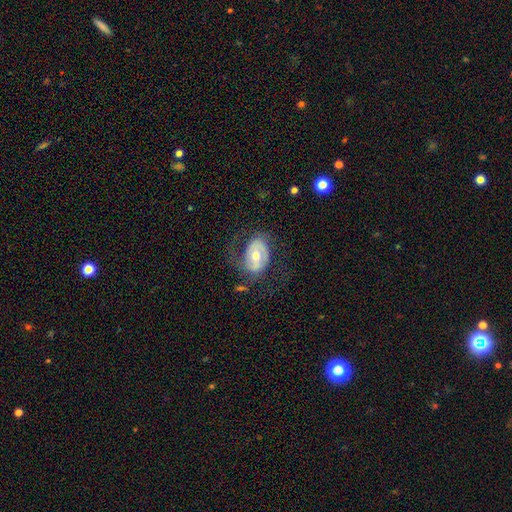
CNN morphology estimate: featured or disk 64%, smooth 29%, star or artifact 7%. Down the decision tree: edge-on disk — no (95%); bar — no (44%); spiral arms — yes (73%); bulge size — moderate (62%); merging — none (51%).